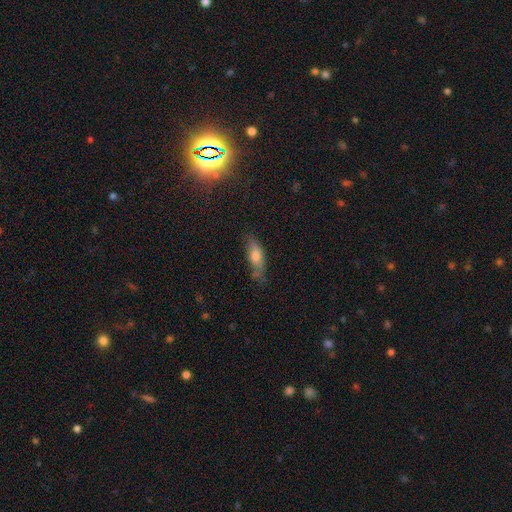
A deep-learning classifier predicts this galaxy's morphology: type=smooth (65%); roundness=in between (51%); merging=none (59%).